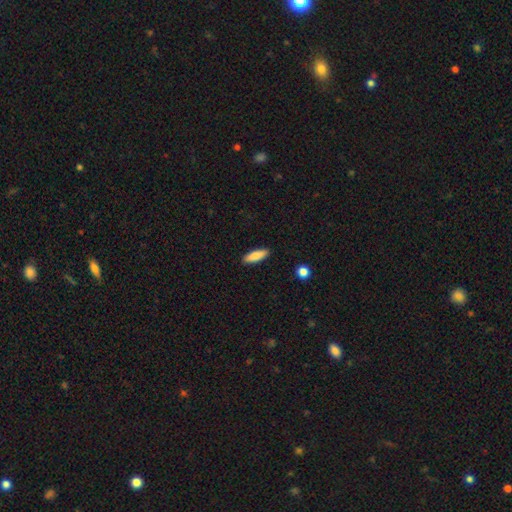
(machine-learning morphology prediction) Smooth or featured? Predicted: smooth (p=0.84). How rounded? Predicted: in between (p=0.52). Merging? Predicted: none (p=0.90).